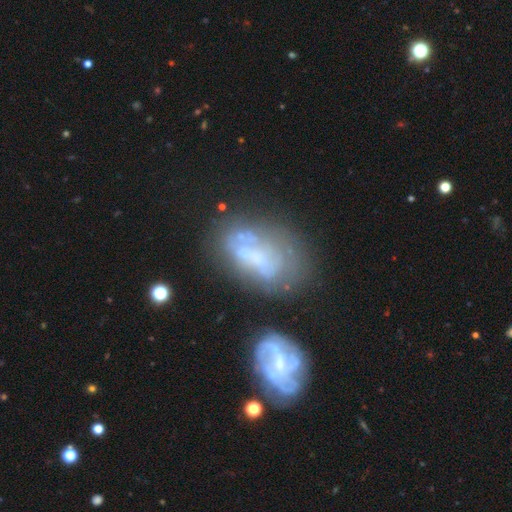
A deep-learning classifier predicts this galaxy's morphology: Smooth or featured? featured or disk (57%)
Edge-on disk? no (94%)
Bar? no (61%)
Spiral arms? no (57%)
Bulge size? none (49%)
Merging? none (34%)